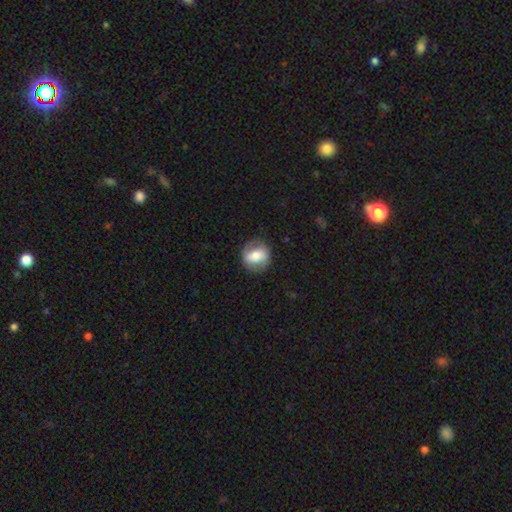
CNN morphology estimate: Overall: smooth (53%; featured or disk 40%). How rounded: round (67%; in between 31%). Merging: none (83%).